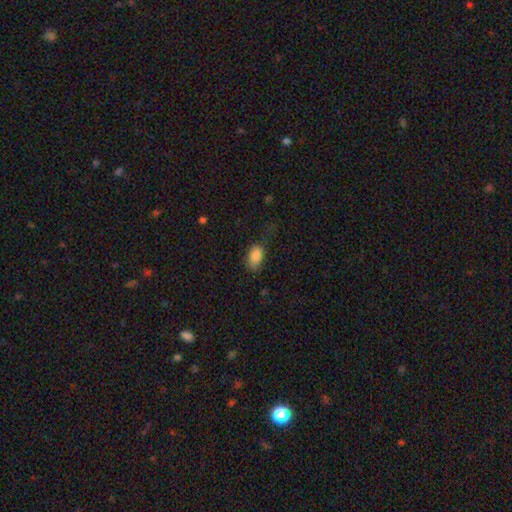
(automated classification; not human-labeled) Smooth or featured: smooth — 87% (star or artifact — 8%)
How rounded: in between — 89% (round — 10%)
Merging: none — 63% (minor disturbance — 26%)